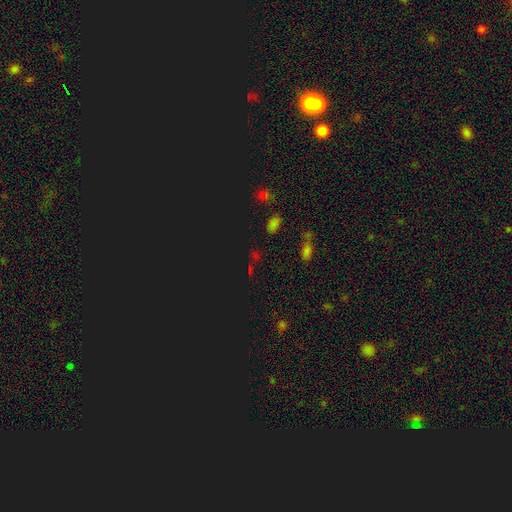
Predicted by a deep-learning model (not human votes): Smooth or featured: star or artifact — 72% (smooth — 21%)